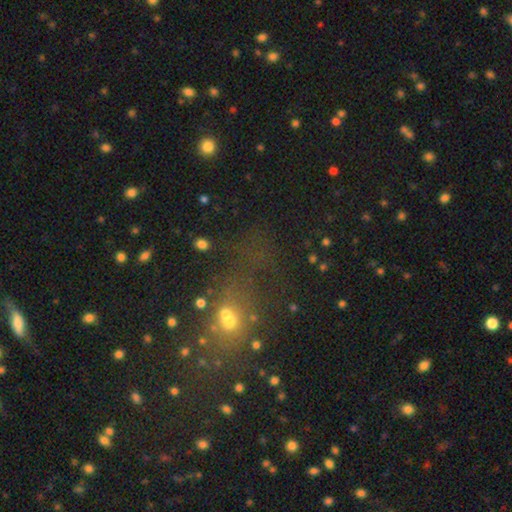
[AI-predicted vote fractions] Q: Smooth or featured?
A: smooth (45%); runner-up: star or artifact (37%)
Q: Merging?
A: none (59%); runner-up: minor disturbance (18%)